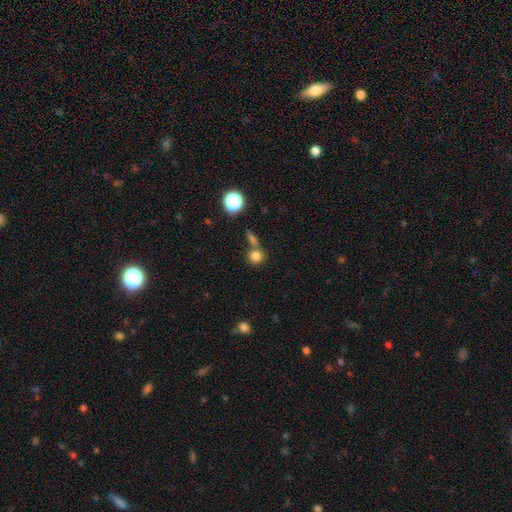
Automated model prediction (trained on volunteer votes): The model was most divided on "merging": none: 56%, merger: 31%, minor disturbance: 9%, major disturbance: 4%. More confident: how rounded — round (87%); smooth or featured — smooth (79%).